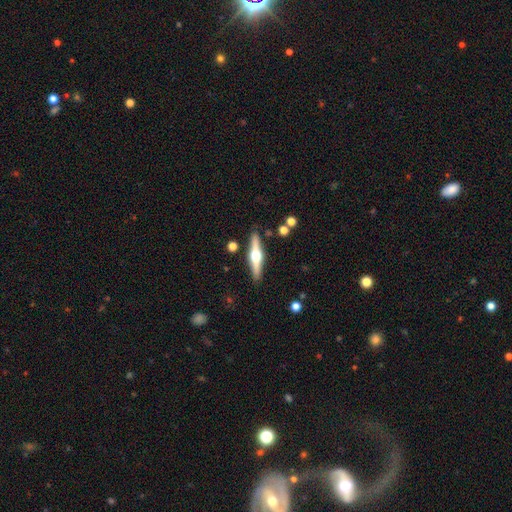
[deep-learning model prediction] smooth-or-featured: featured or disk: 72% | smooth: 22% | star or artifact: 5%
  disk-edge-on: yes: 97% | no: 3%
    edge-on-bulge: rounded: 96% | boxy: 2% | none: 2%
  merging: none: 89% | minor disturbance: 7% | merger: 2% | major disturbance: 2%